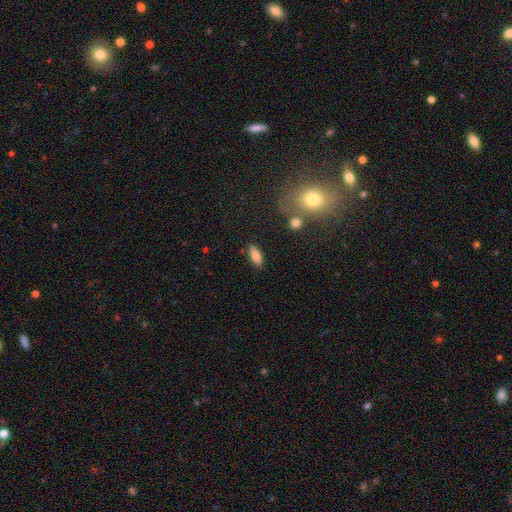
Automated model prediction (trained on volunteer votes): smooth 74%, featured or disk 18%, star or artifact 8%. Down the decision tree: how rounded — in between (63%); merging — none (85%).